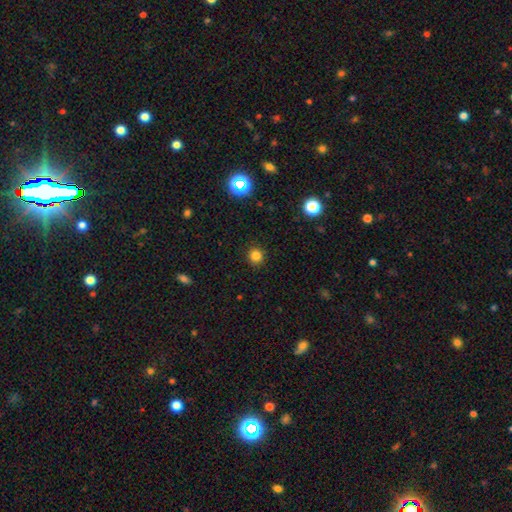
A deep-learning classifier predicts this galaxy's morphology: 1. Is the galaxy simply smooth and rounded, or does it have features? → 81% smooth, 14% star or artifact, 4% featured or disk.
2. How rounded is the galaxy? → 93% round, 6% in between, 1% cigar-shaped.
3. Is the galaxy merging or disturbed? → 92% none, 5% minor disturbance, 2% major disturbance, 1% merger.